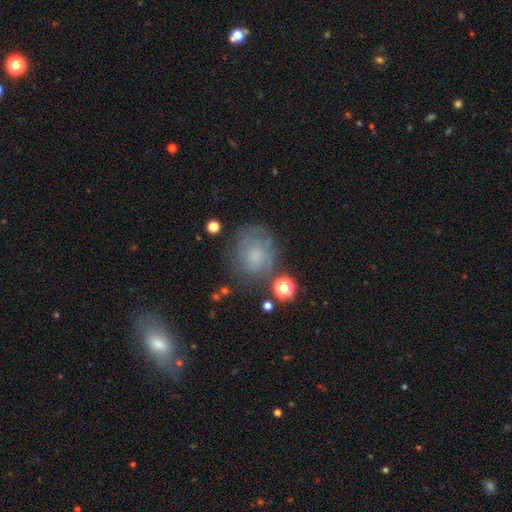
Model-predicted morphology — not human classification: Smooth or featured: smooth — 46% (featured or disk — 39%)
Merging: none — 62% (minor disturbance — 21%)